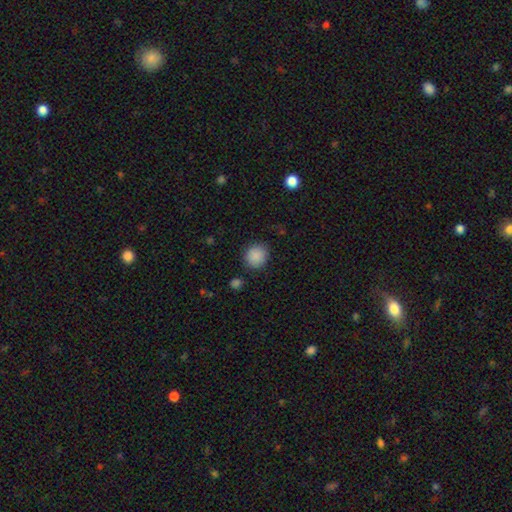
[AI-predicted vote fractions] smooth-or-featured: smooth: 88% | star or artifact: 9% | featured or disk: 3%
  how-rounded: round: 82% | in between: 17% | cigar-shaped: 1%
  merging: none: 84% | minor disturbance: 11% | major disturbance: 3% | merger: 2%